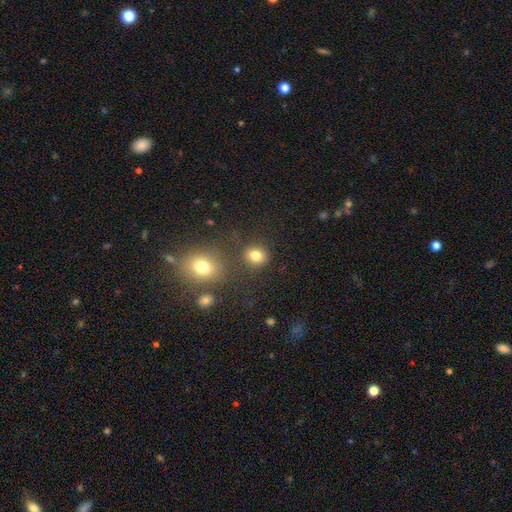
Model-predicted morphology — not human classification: This is likely a smooth galaxy (80%). How rounded: likely round (76%). Merging: likely none (79%).